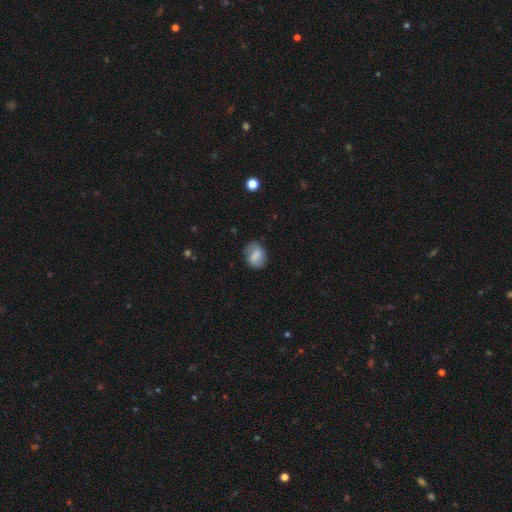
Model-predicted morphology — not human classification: type=smooth (73%); roundness=in between (59%); merging=none (74%).